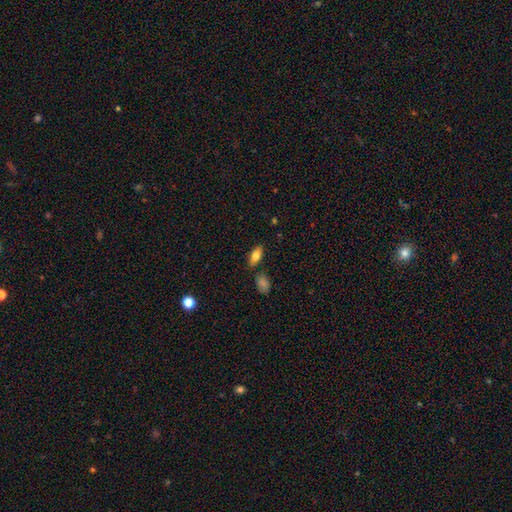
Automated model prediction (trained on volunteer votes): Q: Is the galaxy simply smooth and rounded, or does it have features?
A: smooth — 73%.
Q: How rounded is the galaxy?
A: in between — 84%.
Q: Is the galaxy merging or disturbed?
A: none — 81%.